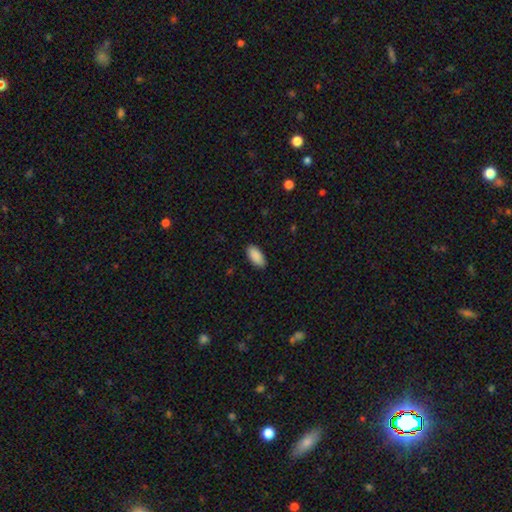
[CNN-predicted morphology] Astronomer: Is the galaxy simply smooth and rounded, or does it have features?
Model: smooth — 91%.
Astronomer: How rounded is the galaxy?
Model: in between — 92%.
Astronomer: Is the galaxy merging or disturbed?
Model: none — 88%.